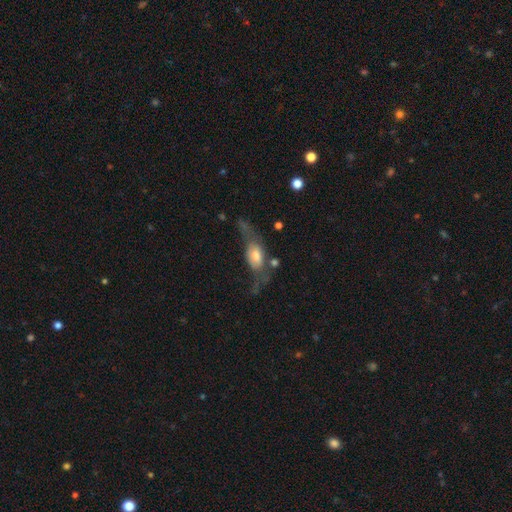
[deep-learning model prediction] Overall: featured or disk (47%; smooth 45%). Merging: major disturbance (37%; none 32%).